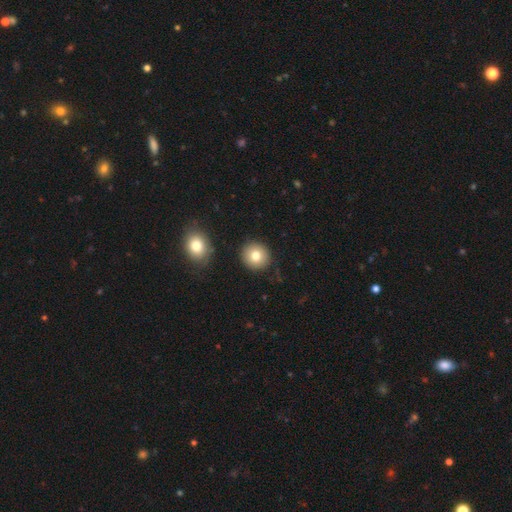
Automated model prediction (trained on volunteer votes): The model was most divided on "smooth or featured": smooth: 80%, featured or disk: 11%, star or artifact: 10%. More confident: how rounded — round (91%); merging — none (89%).